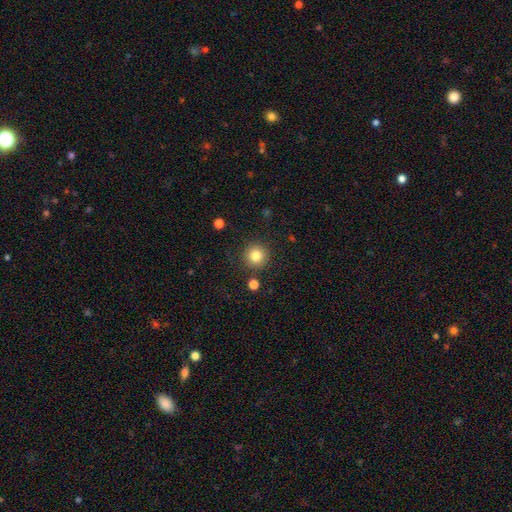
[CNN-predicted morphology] This is clearly a smooth galaxy (83%). How rounded: clearly round (95%). Merging: clearly none (88%).